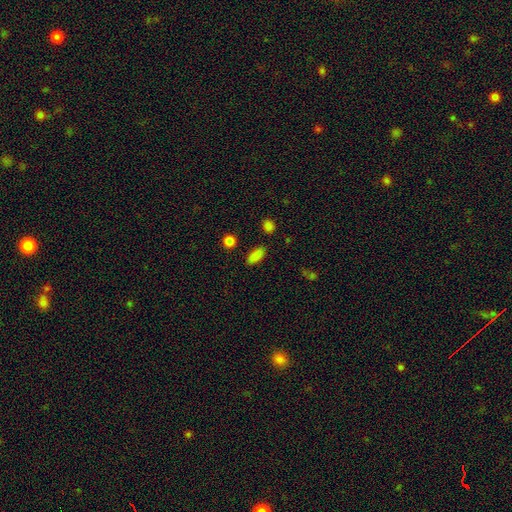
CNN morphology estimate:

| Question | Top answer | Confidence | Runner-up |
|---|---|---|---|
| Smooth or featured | smooth | 86% | star or artifact (10%) |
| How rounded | in between | 82% | cigar-shaped (14%) |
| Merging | none | 87% | minor disturbance (8%) |